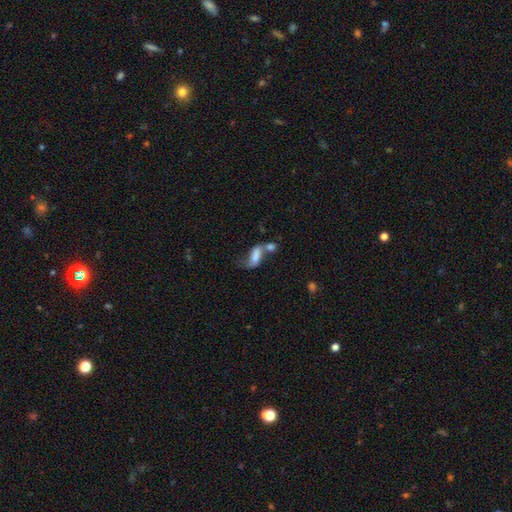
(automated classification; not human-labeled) Overall: smooth (57%; featured or disk 32%). How rounded: in between (77%). Merging: merger (55%; none 19%).